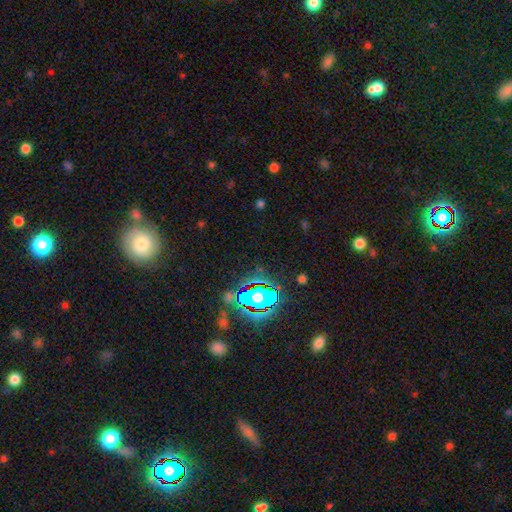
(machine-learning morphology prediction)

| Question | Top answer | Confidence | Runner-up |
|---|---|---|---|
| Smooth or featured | star or artifact | 68% | smooth (19%) |